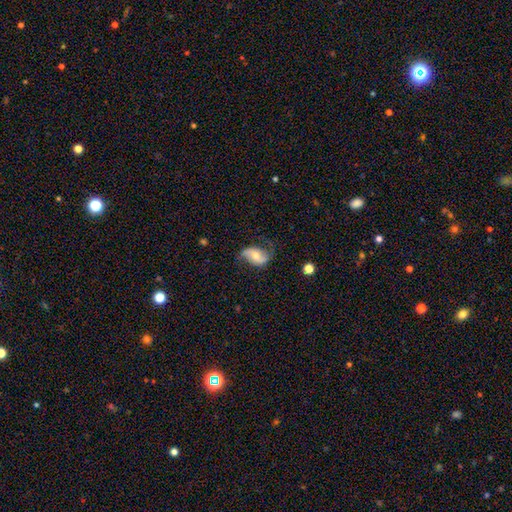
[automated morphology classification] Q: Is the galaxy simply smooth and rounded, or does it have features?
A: featured or disk — 71%.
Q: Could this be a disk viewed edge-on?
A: no — 96%.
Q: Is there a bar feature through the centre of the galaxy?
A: no — 53%.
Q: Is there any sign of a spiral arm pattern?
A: yes — 90%.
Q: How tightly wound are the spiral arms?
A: loose — 67%.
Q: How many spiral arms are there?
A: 2 — 90%.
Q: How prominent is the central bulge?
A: moderate — 63%.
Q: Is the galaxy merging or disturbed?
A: none — 66%.